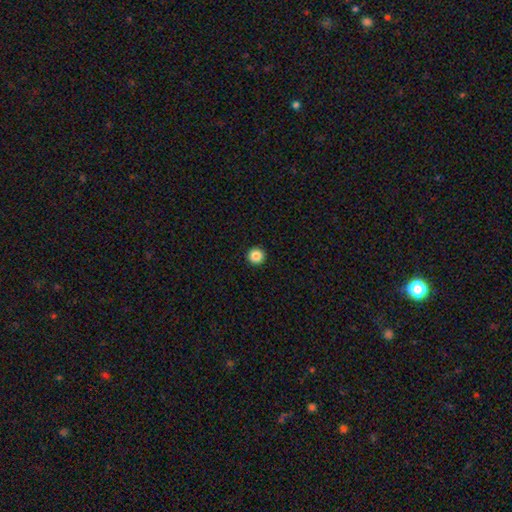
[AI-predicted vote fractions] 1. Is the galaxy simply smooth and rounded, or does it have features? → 86% smooth, 10% star or artifact, 4% featured or disk.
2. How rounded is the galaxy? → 96% round, 3% in between, 1% cigar-shaped.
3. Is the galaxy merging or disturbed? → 94% none, 4% minor disturbance, 1% major disturbance, 1% merger.